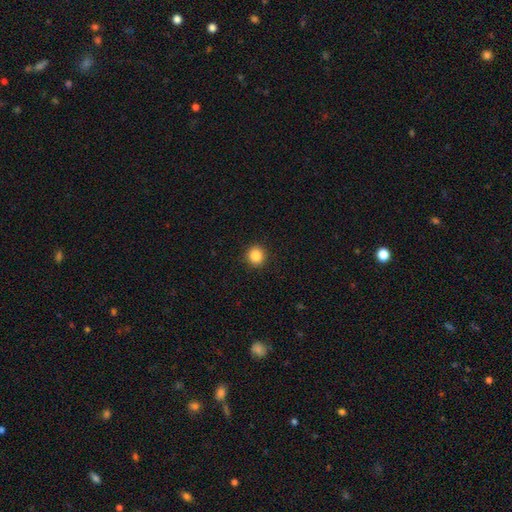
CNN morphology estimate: type=smooth (85%); roundness=round (92%); merging=none (92%).